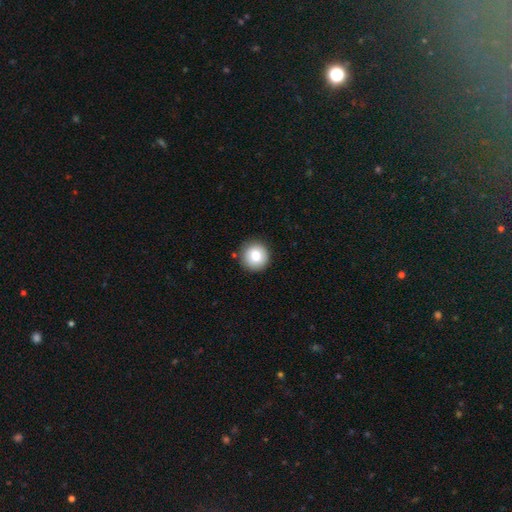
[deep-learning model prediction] smooth-or-featured: smooth: 81% | featured or disk: 11% | star or artifact: 9%
  how-rounded: round: 95% | in between: 4% | cigar-shaped: 1%
  merging: none: 88% | minor disturbance: 8% | major disturbance: 2% | merger: 2%